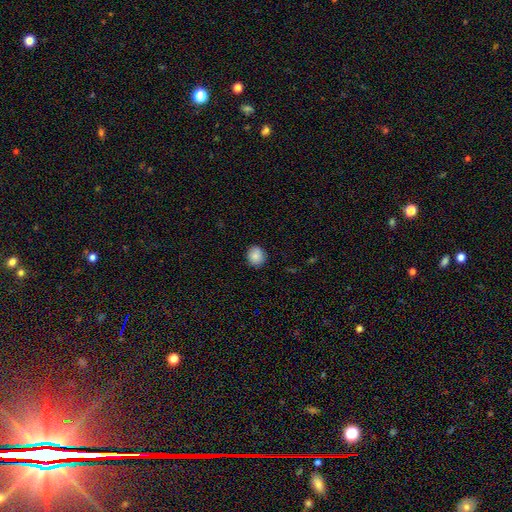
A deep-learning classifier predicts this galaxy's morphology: This is clearly a smooth galaxy (87%). How rounded: likely round (73%). Merging: clearly none (87%).